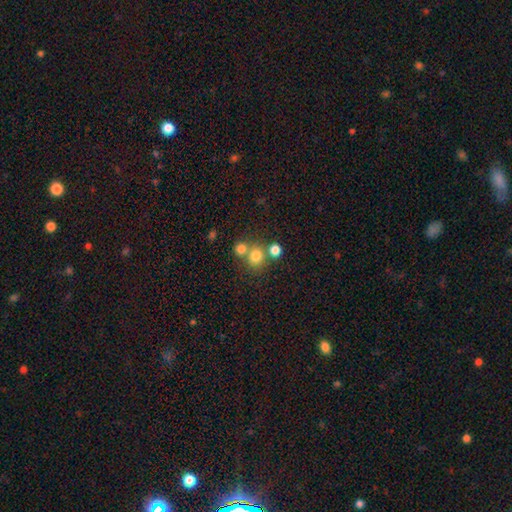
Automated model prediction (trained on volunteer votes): This appears to be a smooth galaxy with no disk features (76%) that is round (87%). Merging: none (57%).